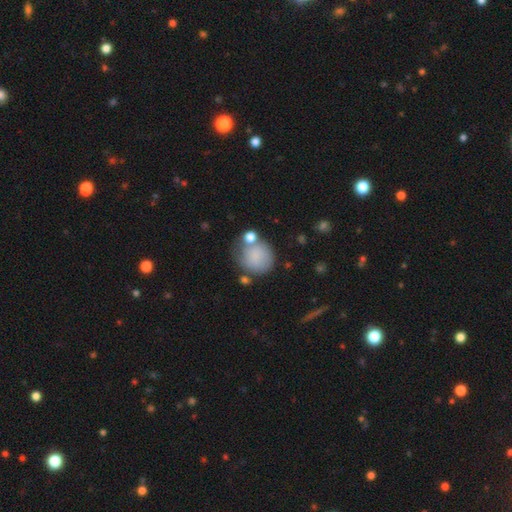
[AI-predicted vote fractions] Smooth or featured? Predicted: smooth (p=0.79). How rounded? Predicted: round (p=0.85). Merging? Predicted: none (p=0.53).